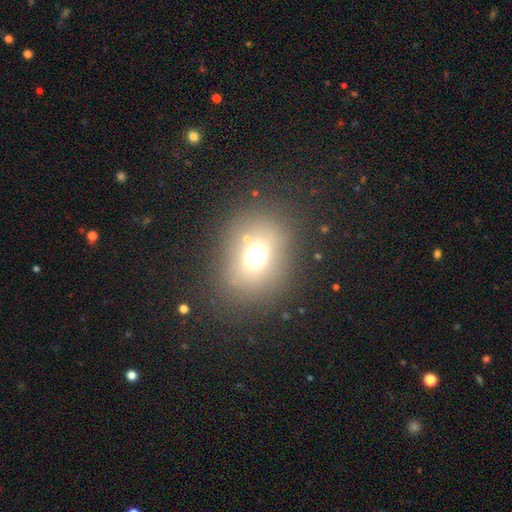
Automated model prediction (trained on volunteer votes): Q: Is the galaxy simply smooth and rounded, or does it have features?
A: smooth — 63%.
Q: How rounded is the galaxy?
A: round — 52%.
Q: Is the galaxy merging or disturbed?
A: none — 76%.